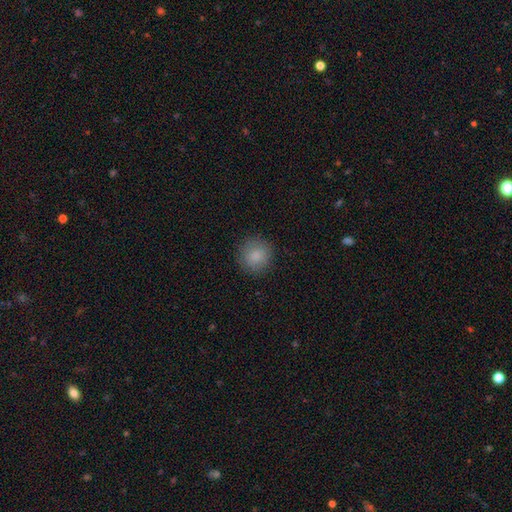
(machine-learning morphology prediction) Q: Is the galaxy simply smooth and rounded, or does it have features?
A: smooth — 87%.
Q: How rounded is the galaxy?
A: round — 92%.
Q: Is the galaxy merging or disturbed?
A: none — 88%.